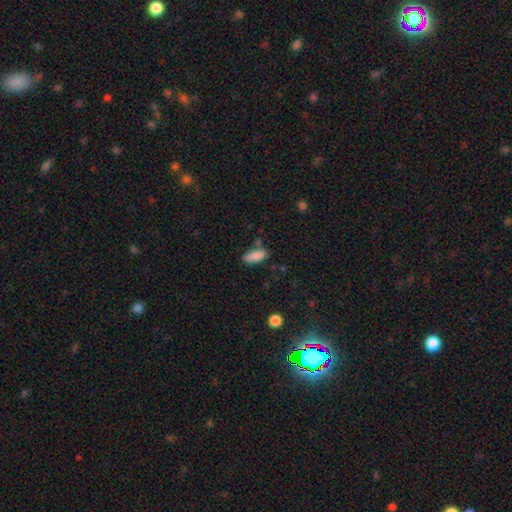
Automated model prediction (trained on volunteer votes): smooth_or_featured: smooth (p=0.87) [alt: star or artifact p=0.07]
how_rounded: in between (p=0.82) [alt: cigar-shaped p=0.15]
merging: none (p=0.71) [alt: minor disturbance p=0.18]